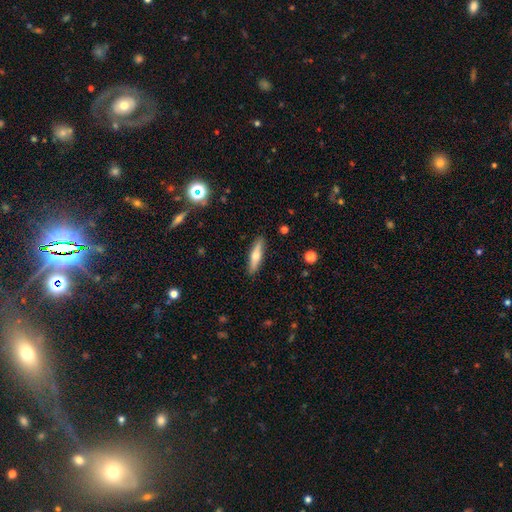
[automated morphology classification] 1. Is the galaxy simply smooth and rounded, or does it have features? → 52% smooth, 42% featured or disk, 6% star or artifact.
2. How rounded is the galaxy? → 76% cigar-shaped, 21% in between, 2% round.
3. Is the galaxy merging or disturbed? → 90% none, 7% minor disturbance, 2% major disturbance, 1% merger.